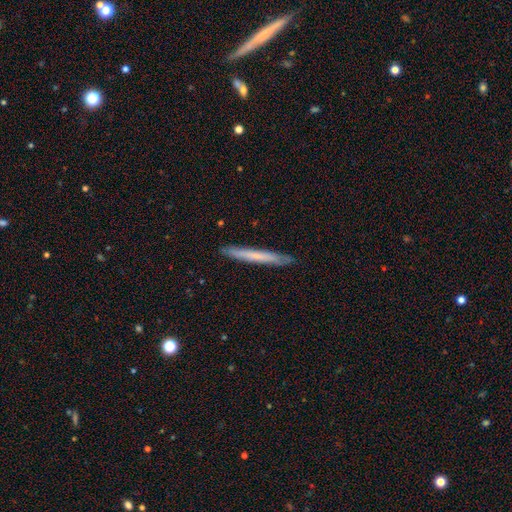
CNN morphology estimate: Q: Smooth or featured?
A: smooth (60%); runner-up: featured or disk (35%)
Q: How rounded?
A: cigar-shaped (97%); runner-up: in between (2%)
Q: Merging?
A: none (90%); runner-up: minor disturbance (8%)